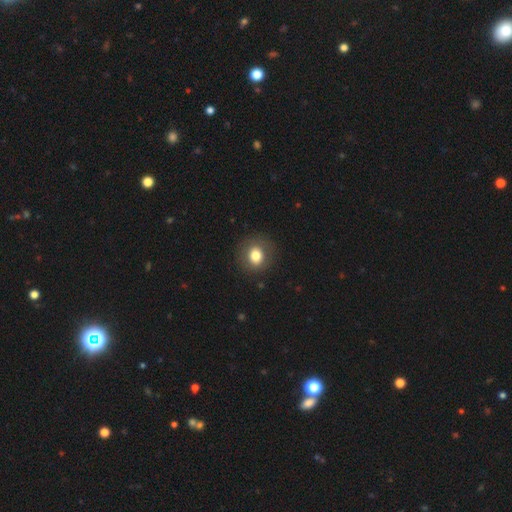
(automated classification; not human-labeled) smooth-or-featured: smooth: 78% | featured or disk: 13% | star or artifact: 10%
  how-rounded: round: 78% | in between: 21% | cigar-shaped: 1%
  merging: none: 86% | minor disturbance: 9% | major disturbance: 4% | merger: 1%